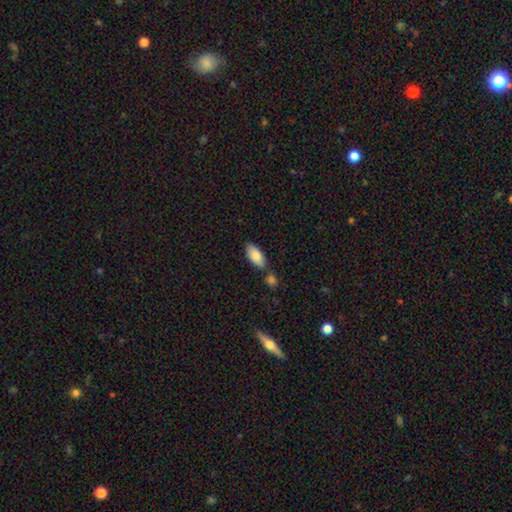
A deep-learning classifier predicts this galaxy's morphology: smooth-or-featured: smooth: 83% | featured or disk: 10% | star or artifact: 6%
  how-rounded: in between: 91% | cigar-shaped: 7% | round: 2%
  merging: none: 68% | merger: 16% | minor disturbance: 14% | major disturbance: 3%